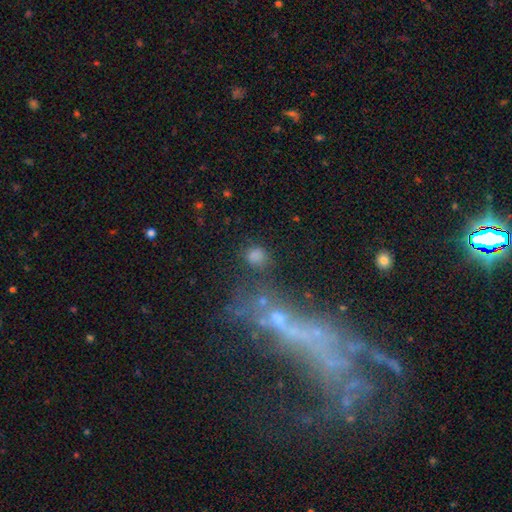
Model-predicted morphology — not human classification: type=smooth (72%); roundness=round (70%); merging=none (62%).